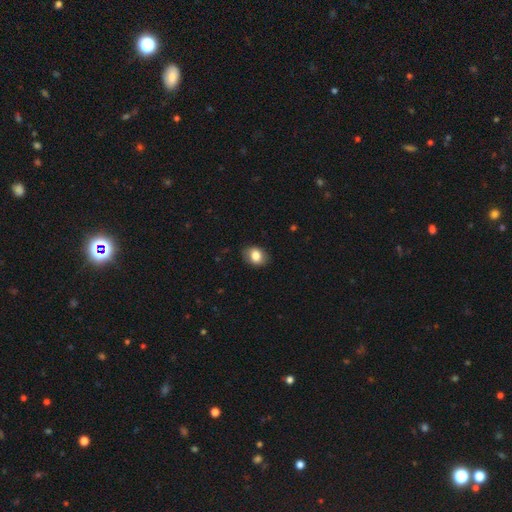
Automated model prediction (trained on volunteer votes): Overall: smooth (79%). How rounded: in between (66%; round 33%). Merging: none (83%).